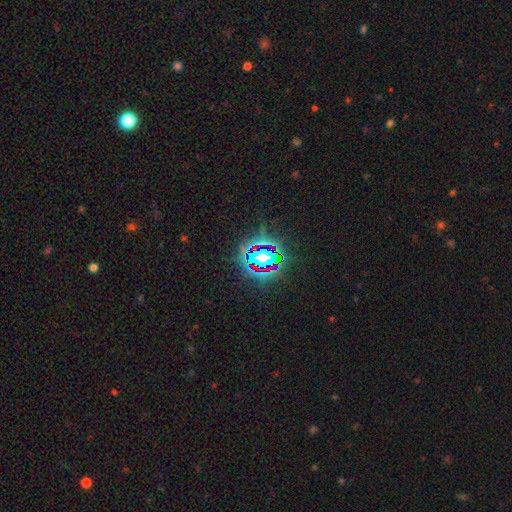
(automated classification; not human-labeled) Q: Smooth or featured?
A: star or artifact (81%); runner-up: smooth (11%)